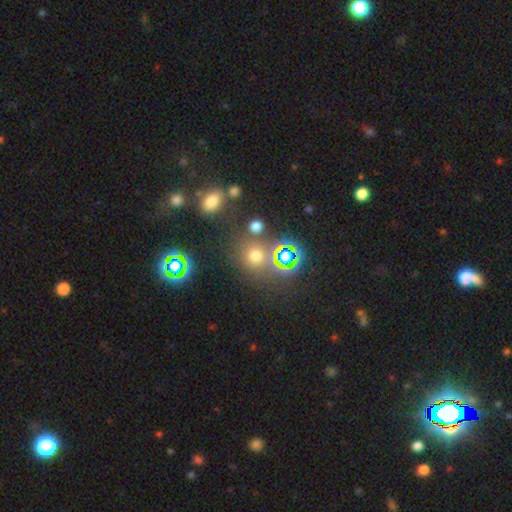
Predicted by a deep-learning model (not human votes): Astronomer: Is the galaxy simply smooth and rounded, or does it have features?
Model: smooth — 57% (runner-up: star or artifact, 34%).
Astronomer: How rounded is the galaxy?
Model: round — 85%.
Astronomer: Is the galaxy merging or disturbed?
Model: none — 70%.